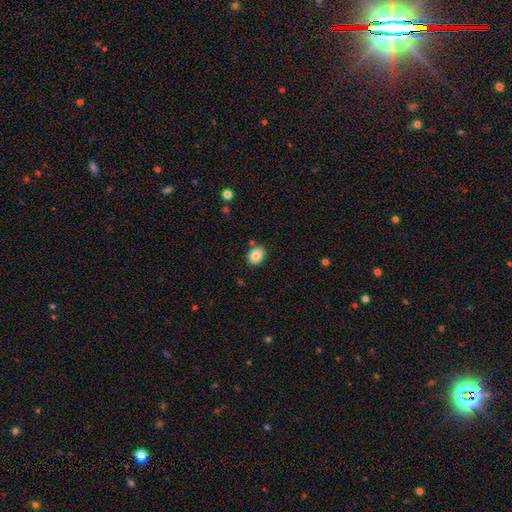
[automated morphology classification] The model was most divided on "how rounded": in between: 67%, round: 32%, cigar-shaped: 1%. More confident: merging — none (84%); smooth or featured — smooth (84%).